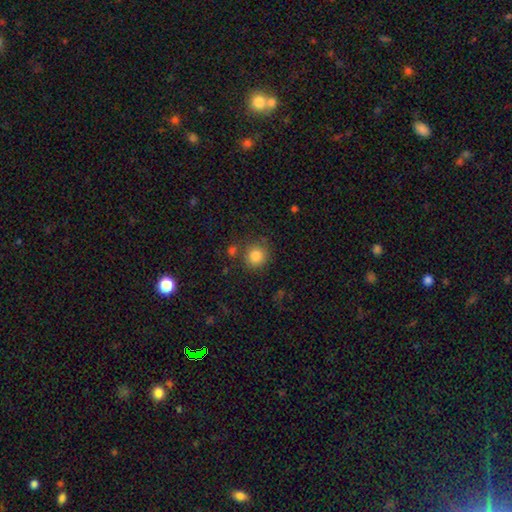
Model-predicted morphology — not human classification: Smooth or featured: smooth — 84% (star or artifact — 10%)
How rounded: round — 90% (in between — 9%)
Merging: none — 77% (minor disturbance — 12%)